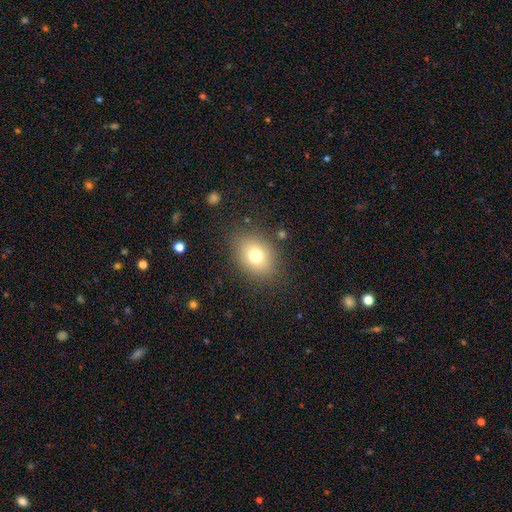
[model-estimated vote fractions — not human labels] This appears to be a smooth galaxy with no disk features (75%) that is in between round and cigar-shaped (59%). Merging: none (83%).